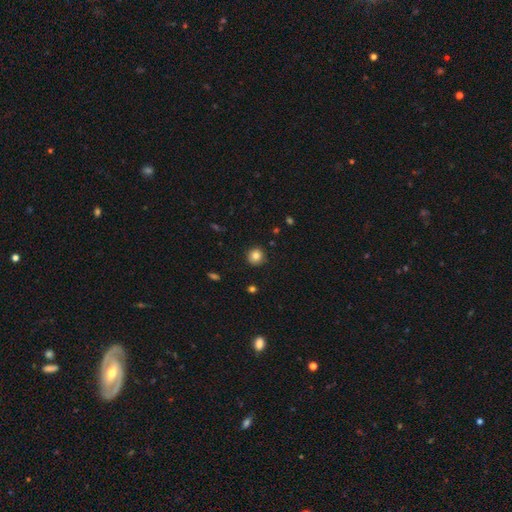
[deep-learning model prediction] This is clearly a smooth galaxy (83%). How rounded: clearly round (92%). Merging: clearly none (90%).